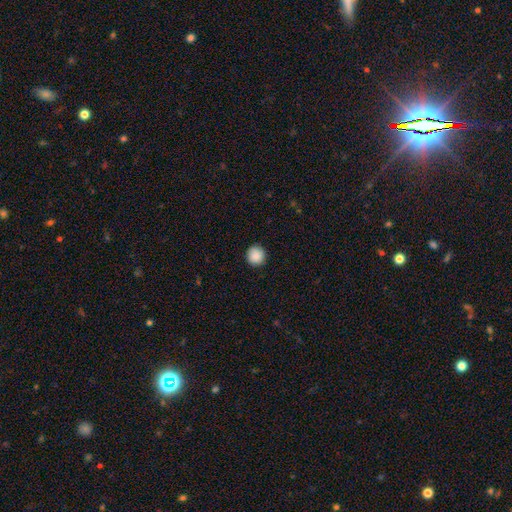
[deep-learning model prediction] smooth-or-featured: smooth: 89% | star or artifact: 8% | featured or disk: 3%
  how-rounded: round: 94% | in between: 5% | cigar-shaped: 1%
  merging: none: 92% | minor disturbance: 6% | major disturbance: 2% | merger: 1%